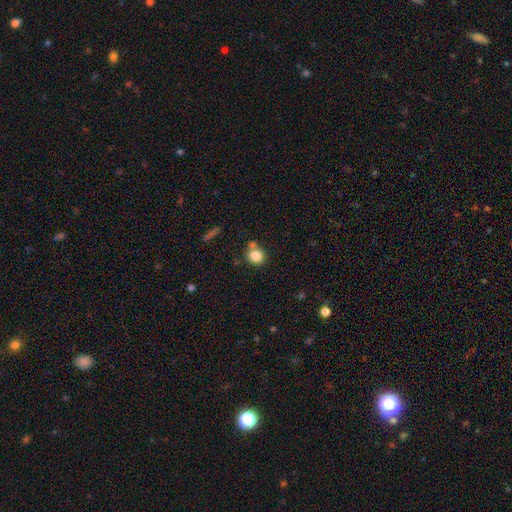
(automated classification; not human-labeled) This appears to be a smooth galaxy with no disk features (83%) that is round (82%). Merging: none (65%).